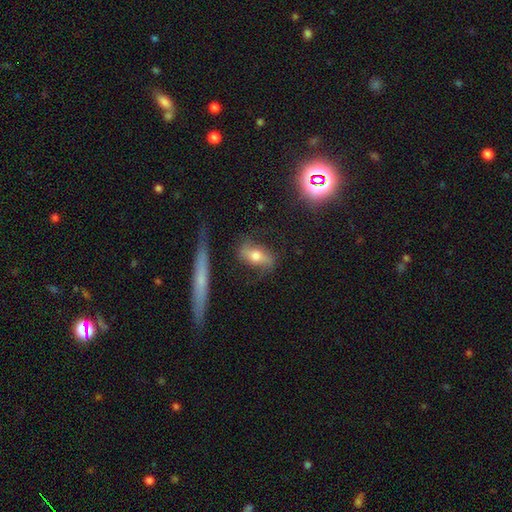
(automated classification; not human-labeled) A featured or disk galaxy (48%). Merging: none (66%).